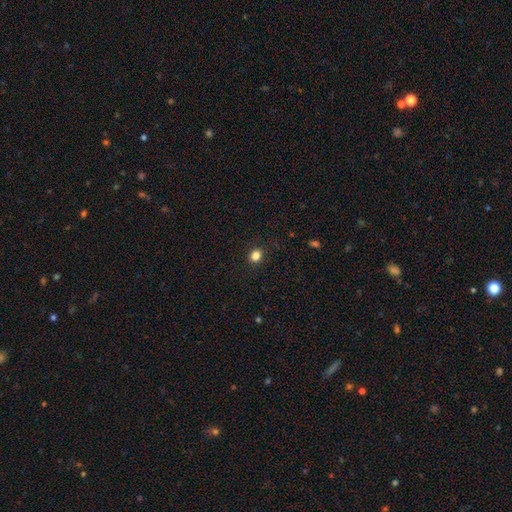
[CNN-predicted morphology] smooth-or-featured: smooth: 84% | star or artifact: 12% | featured or disk: 4%
  how-rounded: round: 69% | in between: 30% | cigar-shaped: 1%
  merging: none: 90% | minor disturbance: 7% | major disturbance: 2% | merger: 1%